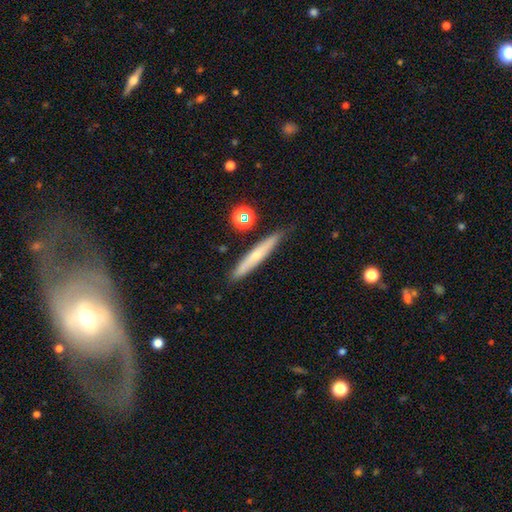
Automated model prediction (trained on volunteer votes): A smooth galaxy with no disk features (47%).

Vote fractions:
- Smooth or featured? smooth: 47% / featured or disk: 45% / star or artifact: 8%
- Merging? none: 83% / minor disturbance: 12% / merger: 3% / major disturbance: 2%